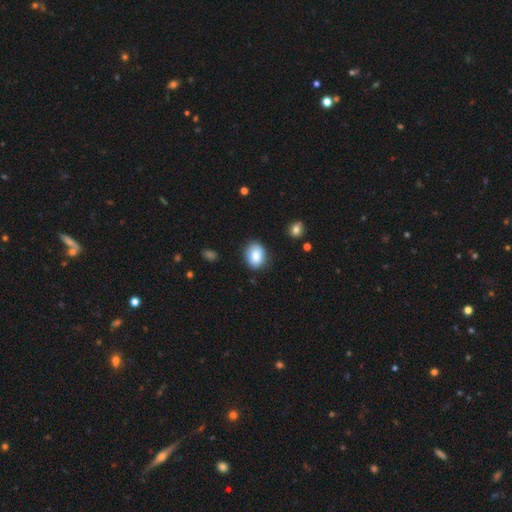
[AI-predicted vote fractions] smooth_or_featured: smooth (p=0.82) [alt: featured or disk p=0.10]
how_rounded: in between (p=0.51) [alt: round p=0.48]
merging: none (p=0.82) [alt: minor disturbance p=0.13]